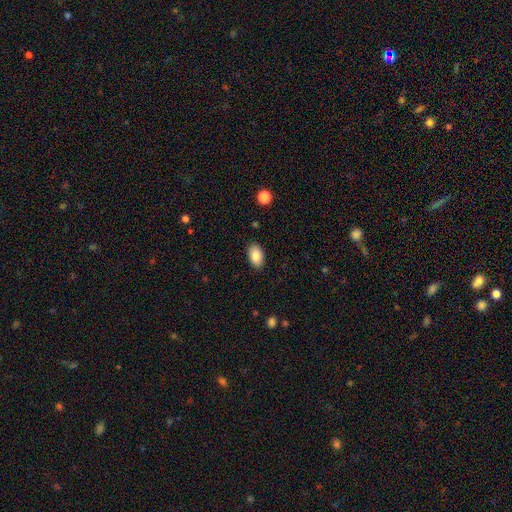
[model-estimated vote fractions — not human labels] smooth-or-featured: smooth: 86% | star or artifact: 7% | featured or disk: 6%
  how-rounded: in between: 93% | round: 6% | cigar-shaped: 2%
  merging: none: 88% | minor disturbance: 9% | major disturbance: 2% | merger: 1%